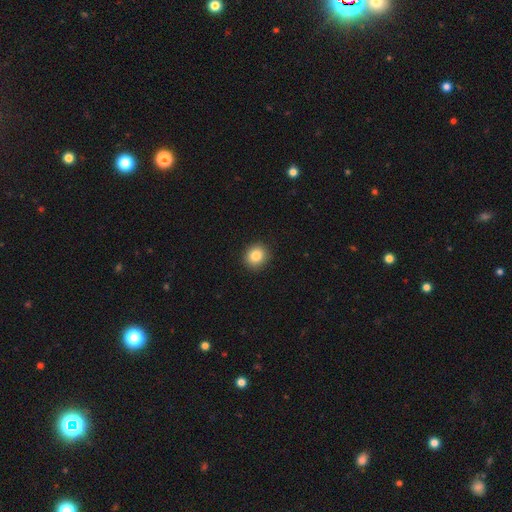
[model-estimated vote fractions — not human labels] A smooth galaxy with no disk features (85%) that is round (82%). Merging: none (91%).